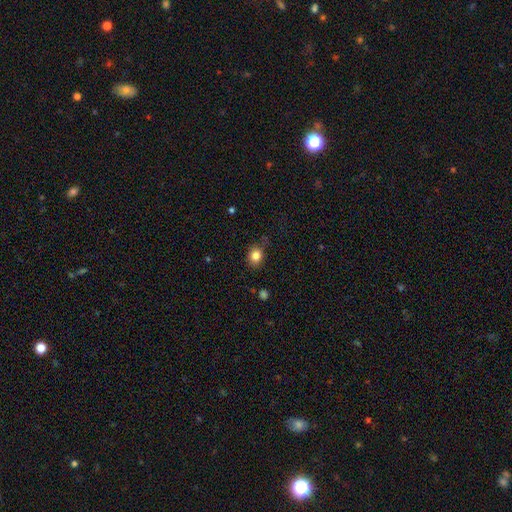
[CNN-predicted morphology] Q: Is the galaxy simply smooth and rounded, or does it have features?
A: smooth — 83%.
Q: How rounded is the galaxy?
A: round — 60%.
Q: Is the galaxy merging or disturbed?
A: none — 71%.